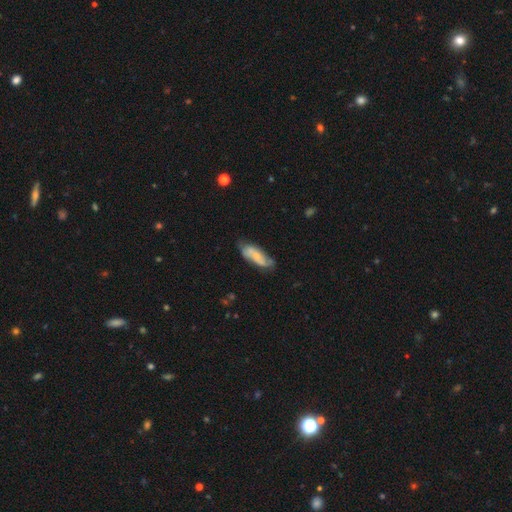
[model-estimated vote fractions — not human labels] Q: Smooth or featured?
A: smooth (49%); runner-up: featured or disk (45%)
Q: Merging?
A: none (59%); runner-up: minor disturbance (28%)